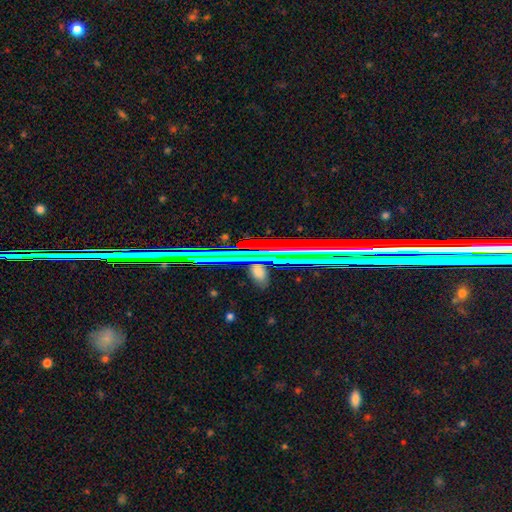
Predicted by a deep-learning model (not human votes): Smooth or featured?
  - star or artifact: 65% *
  - featured or disk: 22%
  - smooth: 13%